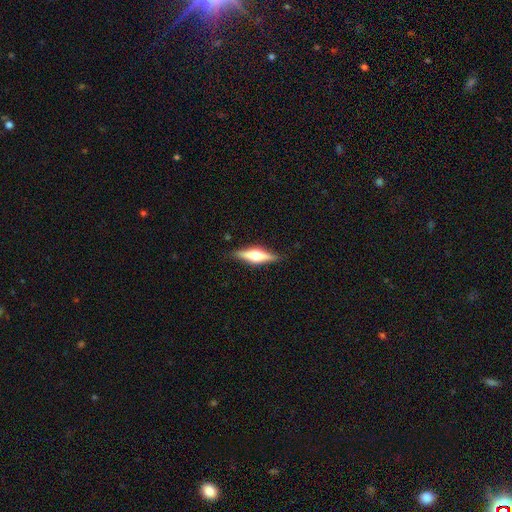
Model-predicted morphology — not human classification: smooth-or-featured: featured or disk: 64% | smooth: 30% | star or artifact: 6%
  disk-edge-on: yes: 96% | no: 4%
    edge-on-bulge: rounded: 90% | boxy: 7% | none: 2%
  merging: none: 87% | minor disturbance: 10% | major disturbance: 2% | merger: 1%